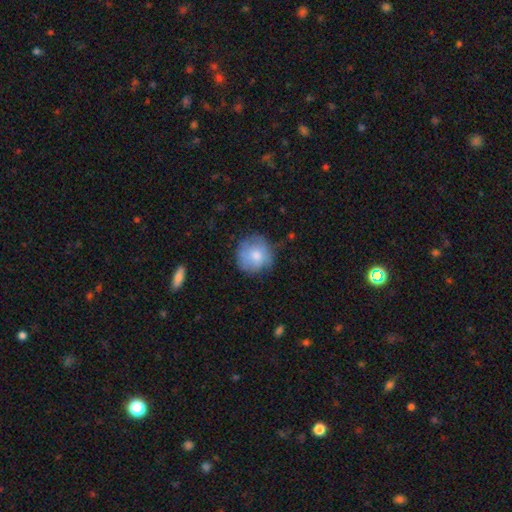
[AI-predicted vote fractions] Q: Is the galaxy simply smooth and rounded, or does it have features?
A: smooth — 70%.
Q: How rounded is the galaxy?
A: round — 90%.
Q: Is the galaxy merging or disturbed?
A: none — 67%.